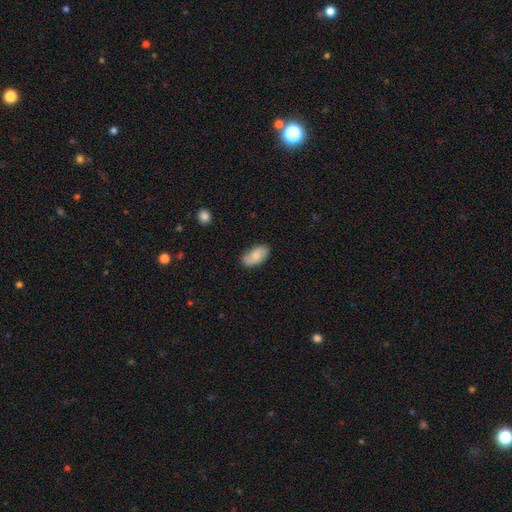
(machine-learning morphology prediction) A smooth galaxy with no disk features (76%) that is in between round and cigar-shaped (94%).

Vote fractions:
- Smooth or featured? smooth: 76% / featured or disk: 17% / star or artifact: 7%
- How rounded? in between: 94% / round: 3% / cigar-shaped: 3%
- Merging? none: 79% / minor disturbance: 17% / major disturbance: 3% / merger: 1%